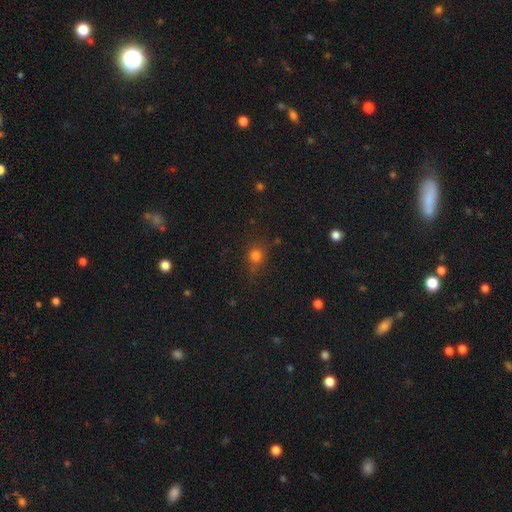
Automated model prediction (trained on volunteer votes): Morphology: type=smooth (76%); roundness=round (81%); merging=none (77%).